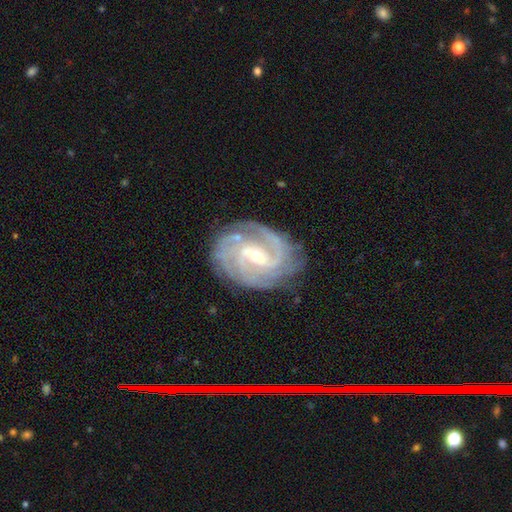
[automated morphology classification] Overall: featured or disk (91%). Edge-on disk: no (97%). Bar: weak (51%; strong 30%). Spiral arms: yes (98%). Spiral arm count: 2 (27%, tied with 3). Spiral winding: tight (60%; medium 34%). Bulge size: small (59%; moderate 38%). Merging: none (76%).